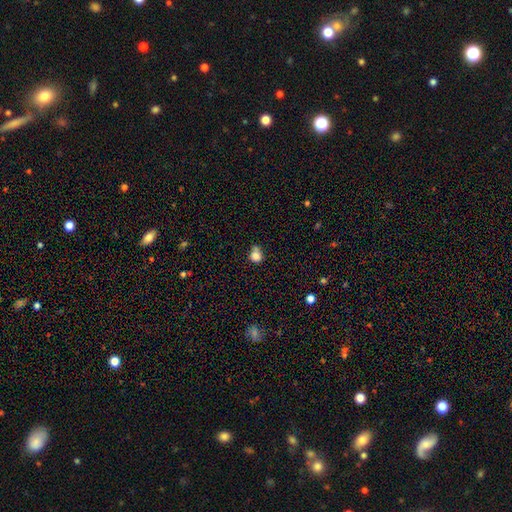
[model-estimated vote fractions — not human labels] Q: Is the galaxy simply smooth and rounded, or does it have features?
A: smooth — 80%.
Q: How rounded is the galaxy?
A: round — 76%.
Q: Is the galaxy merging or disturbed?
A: none — 47%.